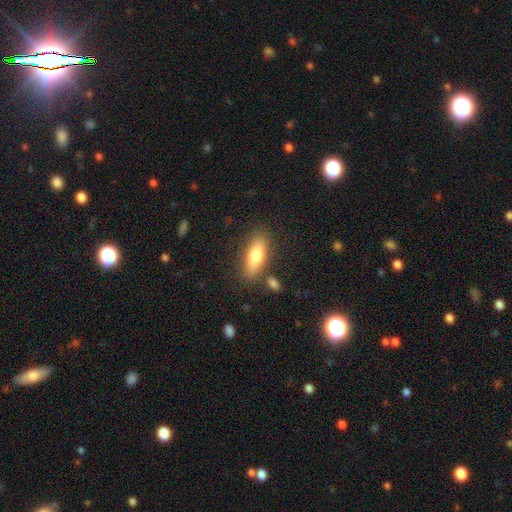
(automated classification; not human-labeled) smooth_or_featured: smooth (p=0.74) [alt: featured or disk p=0.19]
how_rounded: in between (p=0.62) [alt: cigar-shaped p=0.35]
merging: none (p=0.80) [alt: minor disturbance p=0.12]